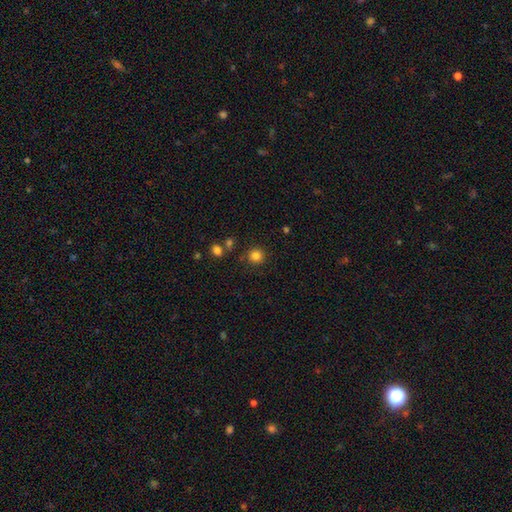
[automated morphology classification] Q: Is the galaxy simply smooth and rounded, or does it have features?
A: smooth — 83%.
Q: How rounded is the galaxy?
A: round — 93%.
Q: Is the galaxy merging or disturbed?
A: none — 86%.